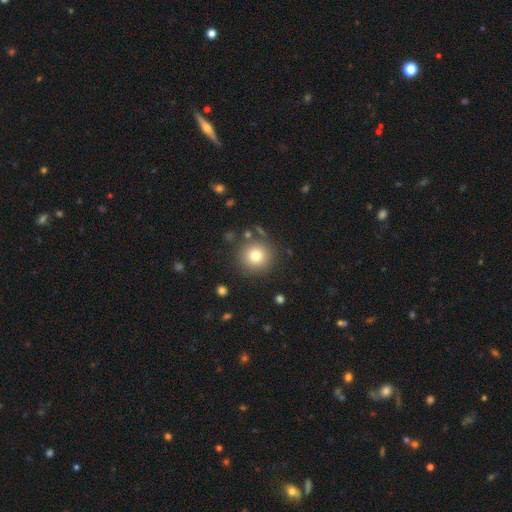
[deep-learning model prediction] Smooth or featured? Predicted: smooth (p=0.78). How rounded? Predicted: round (p=0.95). Merging? Predicted: none (p=0.85).